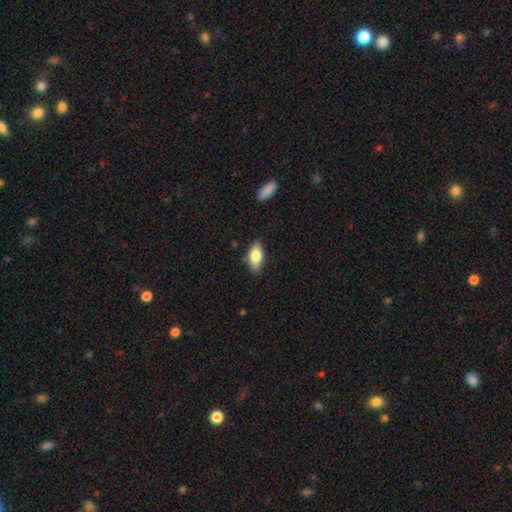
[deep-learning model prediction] smooth_or_featured: smooth (p=0.78) [alt: featured or disk p=0.15]
how_rounded: in between (p=0.87) [alt: cigar-shaped p=0.10]
merging: none (p=0.83) [alt: minor disturbance p=0.13]